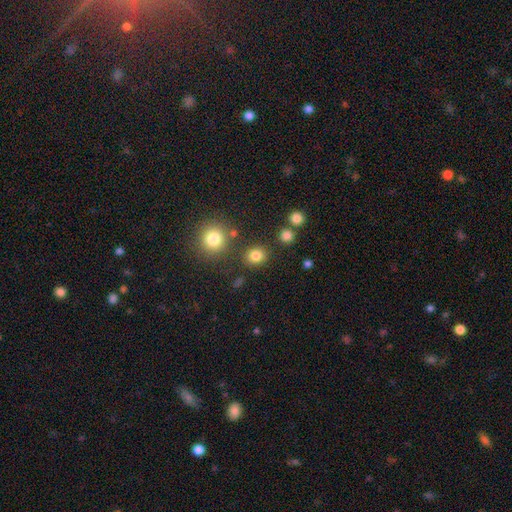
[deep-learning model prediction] Smooth or featured? smooth (82%)
How rounded? round (77%)
Merging? none (83%)